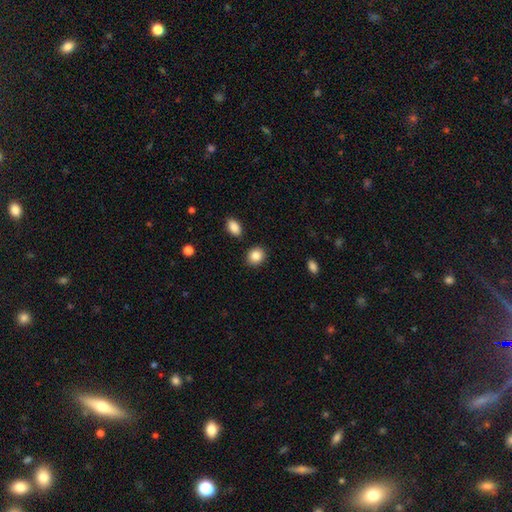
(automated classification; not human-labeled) smooth_or_featured: smooth (p=0.86) [alt: star or artifact p=0.09]
how_rounded: round (p=0.70) [alt: in between p=0.29]
merging: none (p=0.88) [alt: minor disturbance p=0.07]